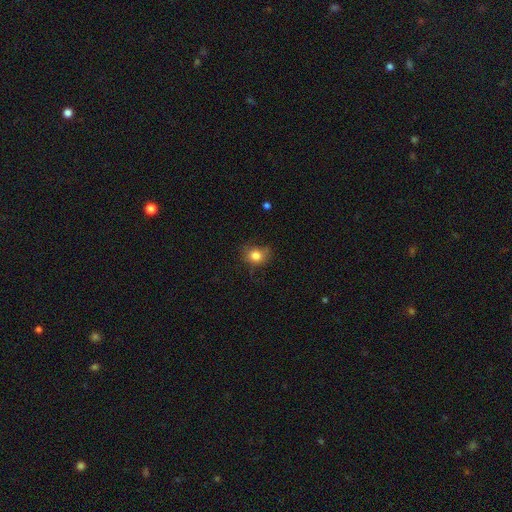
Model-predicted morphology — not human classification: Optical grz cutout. It shows a smooth galaxy with no disk features (80%) that is round (63%). Merging: none (68%).